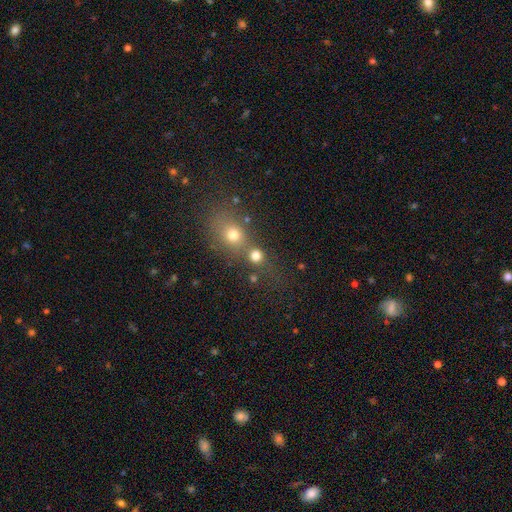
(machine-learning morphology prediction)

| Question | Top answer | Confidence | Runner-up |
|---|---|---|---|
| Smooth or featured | smooth | 73% | star or artifact (17%) |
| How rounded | round | 82% | in between (17%) |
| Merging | none | 48% | merger (39%) |